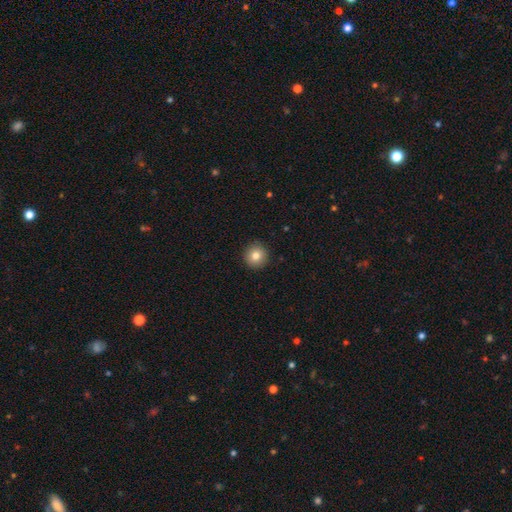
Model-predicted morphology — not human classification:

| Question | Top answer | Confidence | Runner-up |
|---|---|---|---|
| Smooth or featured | smooth | 82% | star or artifact (10%) |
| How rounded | round | 95% | in between (4%) |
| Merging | none | 92% | minor disturbance (5%) |